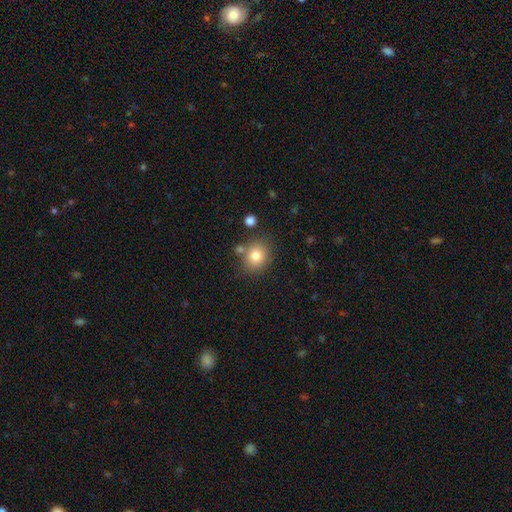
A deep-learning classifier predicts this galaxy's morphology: smooth_or_featured: smooth (p=0.80) [alt: star or artifact p=0.11]
how_rounded: round (p=0.69) [alt: in between p=0.31]
merging: none (p=0.74) [alt: minor disturbance p=0.12]